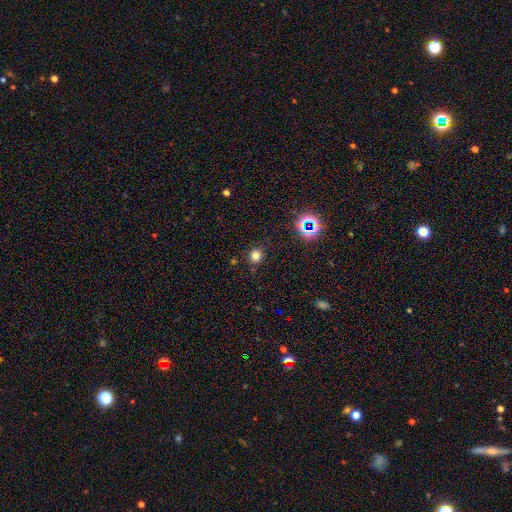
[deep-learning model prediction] Smooth or featured? Predicted: smooth (p=0.74). How rounded? Predicted: round (p=0.87). Merging? Predicted: none (p=0.86).